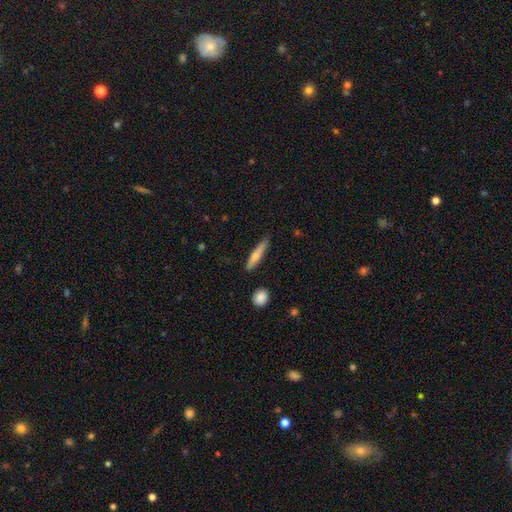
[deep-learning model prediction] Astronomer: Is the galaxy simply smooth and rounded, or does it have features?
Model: smooth — 62%.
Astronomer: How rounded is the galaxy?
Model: cigar-shaped — 87%.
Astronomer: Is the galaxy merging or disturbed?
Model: none — 82%.